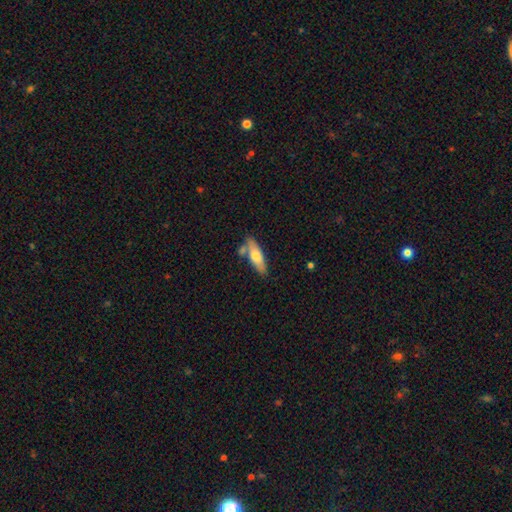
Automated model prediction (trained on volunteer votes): Q: Smooth or featured?
A: smooth (65%); runner-up: featured or disk (29%)
Q: How rounded?
A: in between (52%); runner-up: cigar-shaped (45%)
Q: Merging?
A: none (63%); runner-up: minor disturbance (16%)